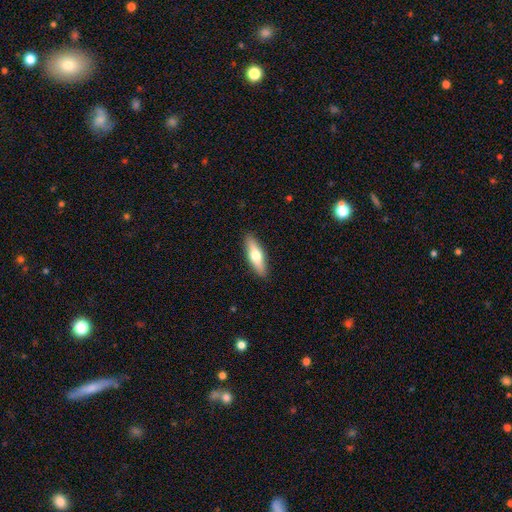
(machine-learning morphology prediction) type=smooth (58%); roundness=cigar-shaped (58%); merging=none (90%).